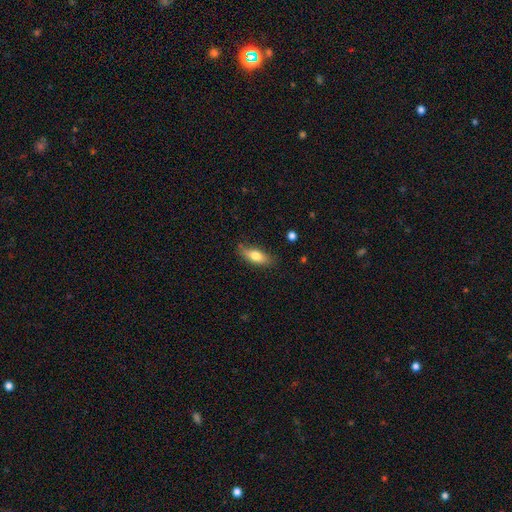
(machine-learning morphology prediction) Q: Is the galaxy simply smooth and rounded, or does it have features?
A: smooth — 71%.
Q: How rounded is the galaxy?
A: in between — 69%.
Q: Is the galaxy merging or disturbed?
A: none — 80%.